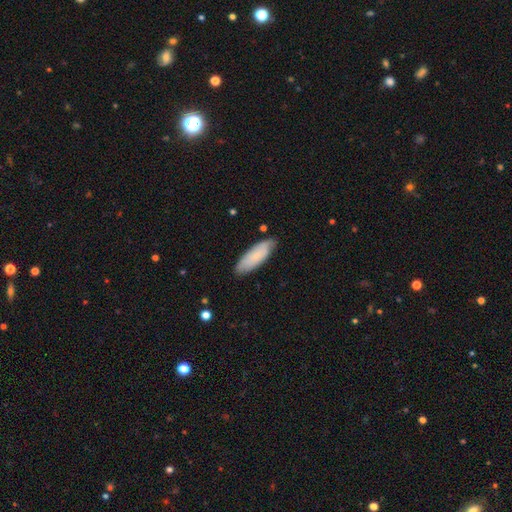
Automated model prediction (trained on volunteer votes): Smooth or featured?
  - smooth: 76% *
  - featured or disk: 18%
  - star or artifact: 6%
How rounded?
  - in between: 64% *
  - cigar-shaped: 34%
  - round: 2%
Merging?
  - none: 79% *
  - minor disturbance: 17%
  - major disturbance: 3%
  - merger: 1%